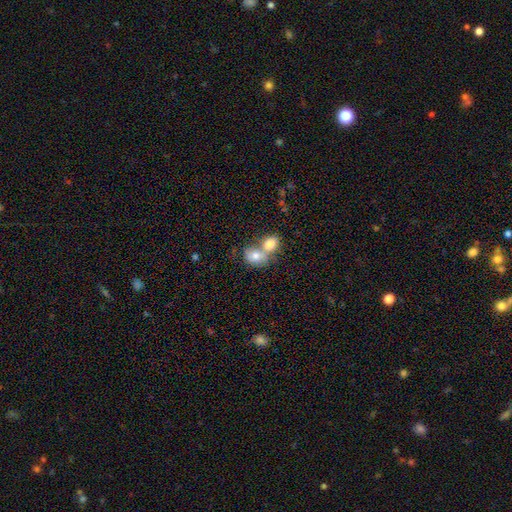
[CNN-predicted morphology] smooth-or-featured: smooth: 77% | featured or disk: 15% | star or artifact: 8%
  how-rounded: in between: 61% | round: 38% | cigar-shaped: 1%
  merging: merger: 71% | none: 19% | minor disturbance: 6% | major disturbance: 3%